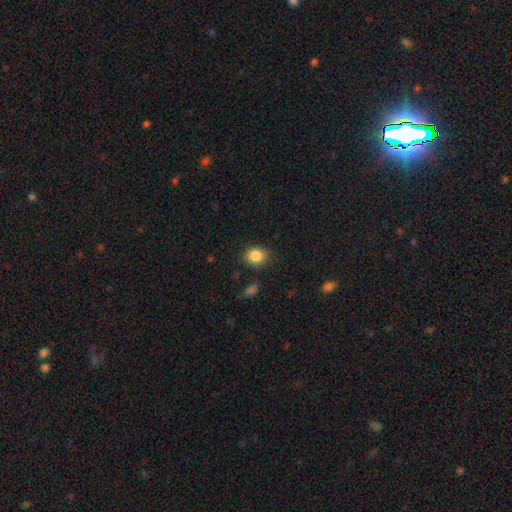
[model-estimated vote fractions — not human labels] Smooth or featured: smooth — 86% (star or artifact — 9%)
How rounded: in between — 53% (round — 46%)
Merging: none — 83% (minor disturbance — 11%)